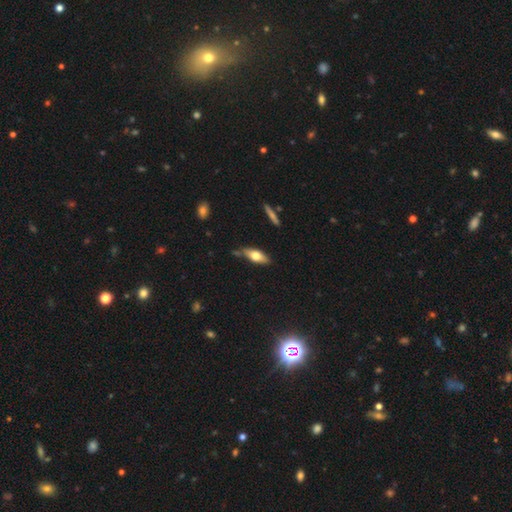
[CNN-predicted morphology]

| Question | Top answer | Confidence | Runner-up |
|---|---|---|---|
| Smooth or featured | smooth | 63% | featured or disk (31%) |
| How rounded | in between | 66% | cigar-shaped (31%) |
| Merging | none | 69% | minor disturbance (21%) |